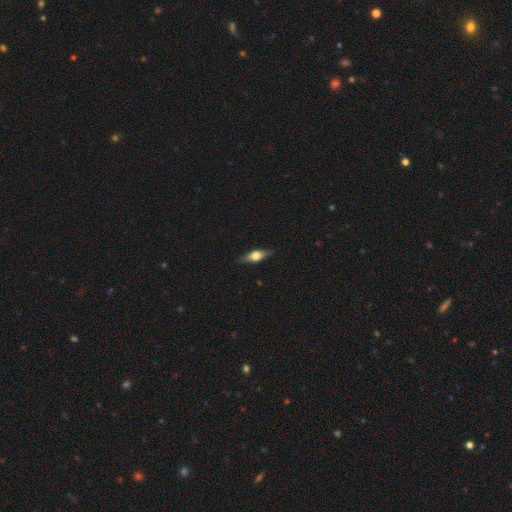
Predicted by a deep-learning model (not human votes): A featured or disk galaxy (55%) viewed edge-on (93%) with a rounded central bulge (93%). Merging: none (86%).